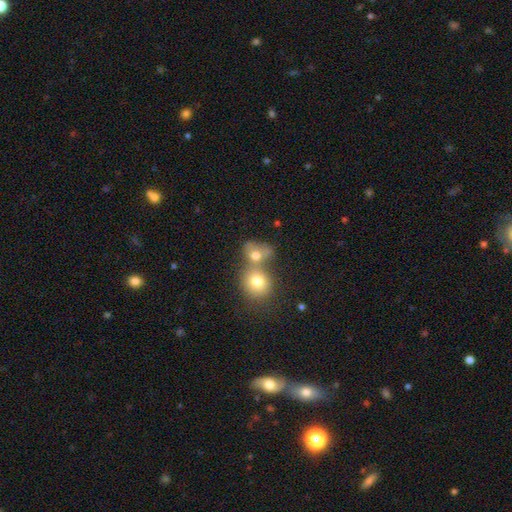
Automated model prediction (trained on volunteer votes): A smooth galaxy with no disk features (73%) that is round (60%).

Vote fractions:
- Smooth or featured? smooth: 73% / featured or disk: 15% / star or artifact: 12%
- How rounded? round: 60% / in between: 38% / cigar-shaped: 1%
- Merging? merger: 60% / none: 28% / minor disturbance: 7% / major disturbance: 5%